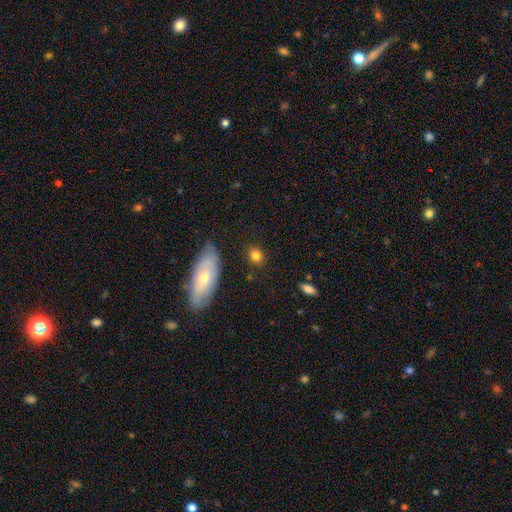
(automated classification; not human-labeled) The model was most divided on "how rounded": round: 54%, in between: 42%, cigar-shaped: 4%. More confident: merging — none (82%); smooth or featured — smooth (81%).